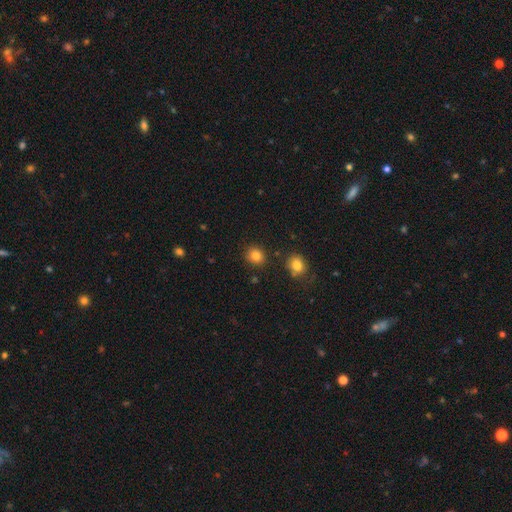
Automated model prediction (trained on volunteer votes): This appears to be a smooth galaxy with no disk features (83%) that is round (74%). Merging: none (86%).